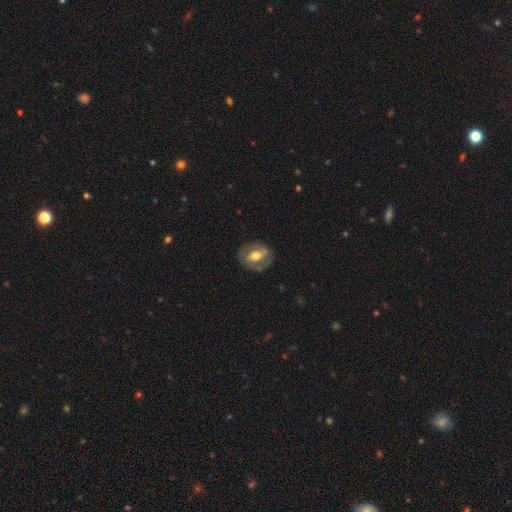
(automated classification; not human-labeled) Morphology: type=featured or disk (63%); edge-on=no (93%); bar=strong (41%); spiral arms=yes (58%); bulge=moderate (70%); merging=none (77%).